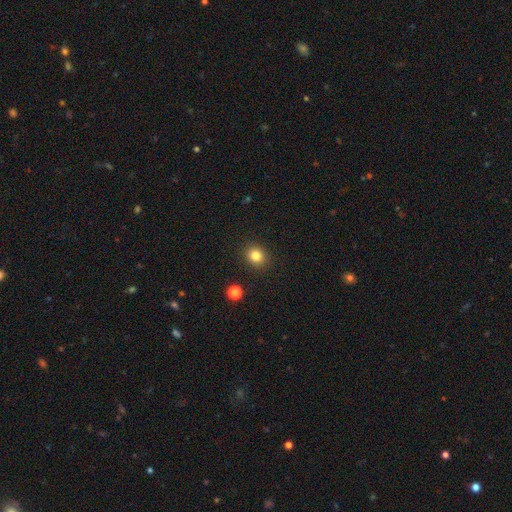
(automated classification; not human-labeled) This appears to be a smooth galaxy with no disk features (82%) that is round (77%). Merging: none (90%).